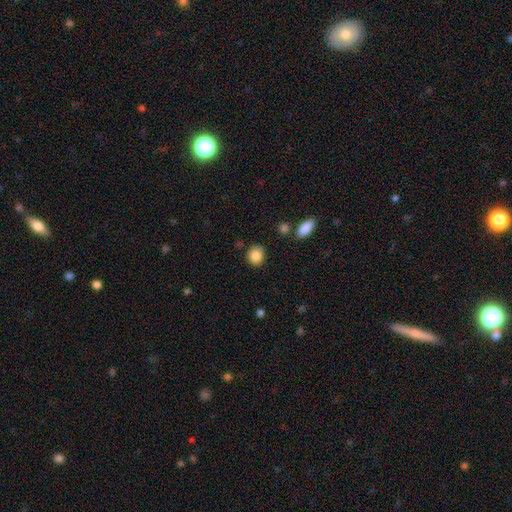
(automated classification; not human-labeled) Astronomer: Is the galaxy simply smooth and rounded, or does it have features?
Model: smooth — 86%.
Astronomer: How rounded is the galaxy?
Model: round — 78%.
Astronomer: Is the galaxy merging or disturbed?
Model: none — 83%.